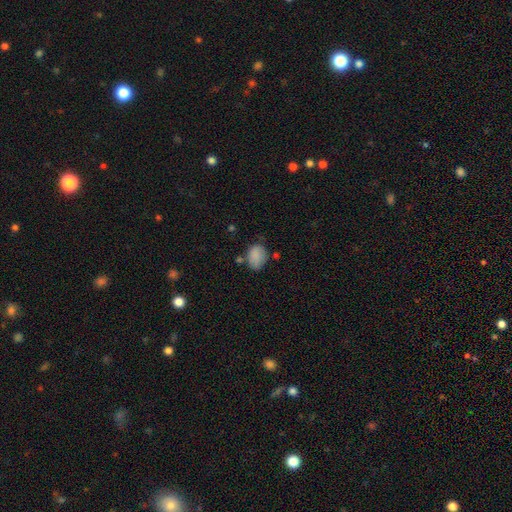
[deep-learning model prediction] This is clearly a smooth galaxy (84%). How rounded: likely in between (72%). Merging: possibly none (57%).